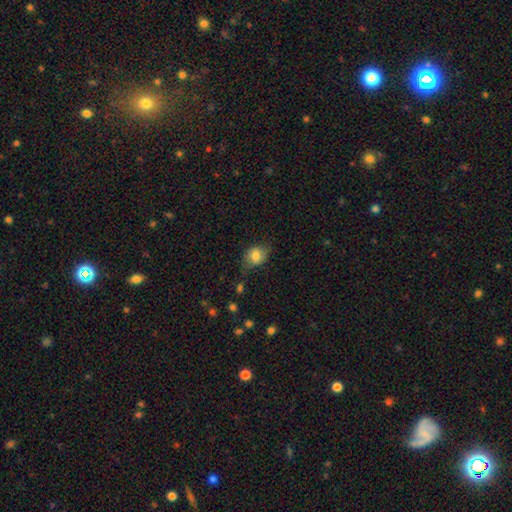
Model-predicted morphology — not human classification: Smooth or featured? smooth (79%)
How rounded? in between (57%)
Merging? none (67%)